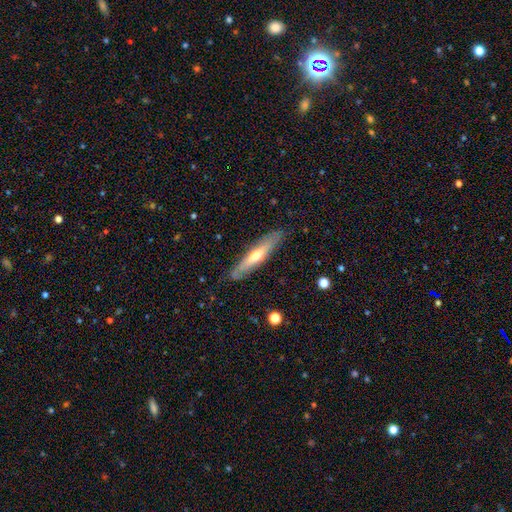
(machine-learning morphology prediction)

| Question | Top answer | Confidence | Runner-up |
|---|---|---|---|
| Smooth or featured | featured or disk | 51% | smooth (43%) |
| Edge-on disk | yes | 80% | no (20%) |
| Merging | none | 83% | minor disturbance (13%) |